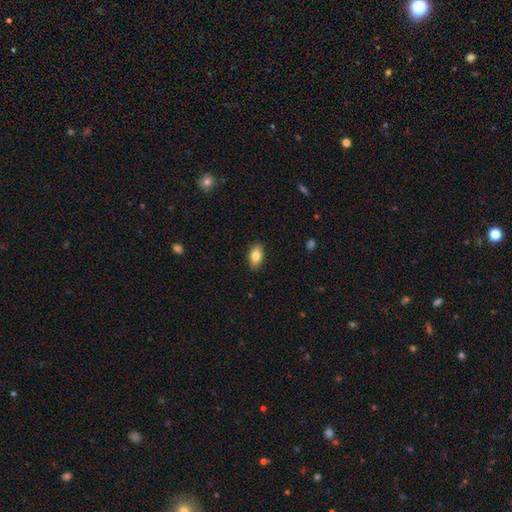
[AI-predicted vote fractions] smooth_or_featured: smooth (p=0.82) [alt: featured or disk p=0.10]
how_rounded: in between (p=0.89) [alt: round p=0.08]
merging: none (p=0.89) [alt: minor disturbance p=0.08]